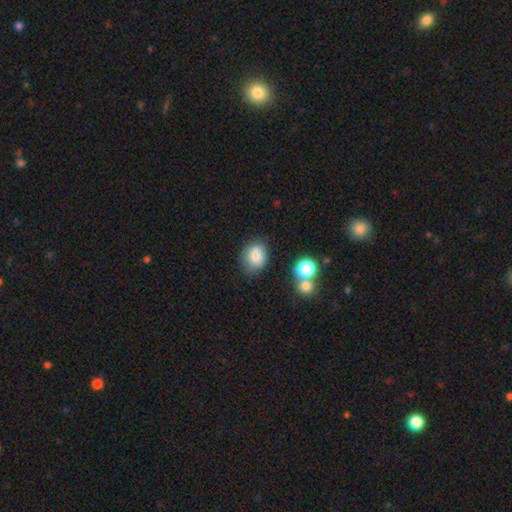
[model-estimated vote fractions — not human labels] Smooth or featured: smooth — 75% (featured or disk — 13%)
How rounded: round — 58% (in between — 41%)
Merging: none — 61% (minor disturbance — 20%)